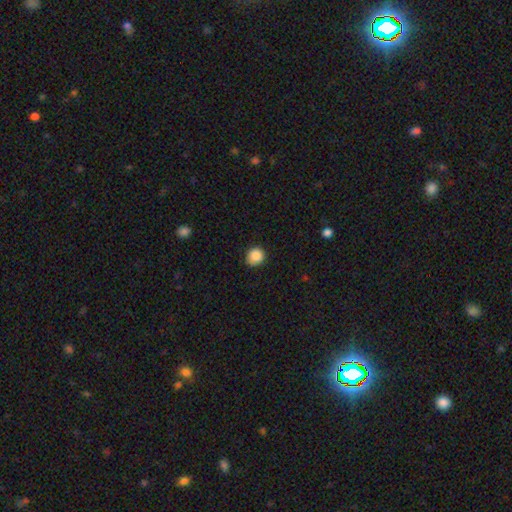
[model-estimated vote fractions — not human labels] smooth 88%, star or artifact 9%, featured or disk 3%. Down the decision tree: how rounded — round (84%); merging — none (79%).